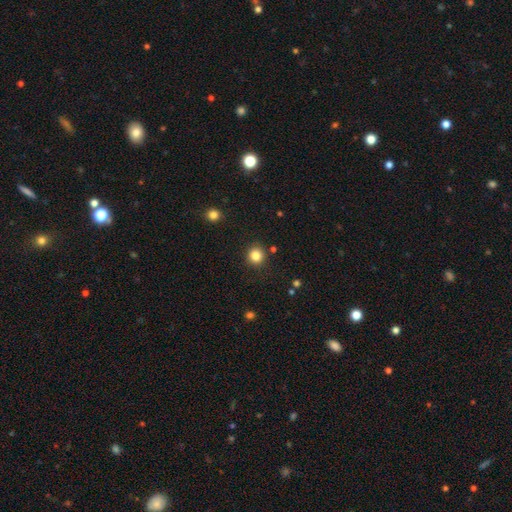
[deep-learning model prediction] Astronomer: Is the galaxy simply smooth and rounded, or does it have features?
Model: smooth — 84%.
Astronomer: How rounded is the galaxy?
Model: round — 89%.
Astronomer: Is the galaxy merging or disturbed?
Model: none — 89%.